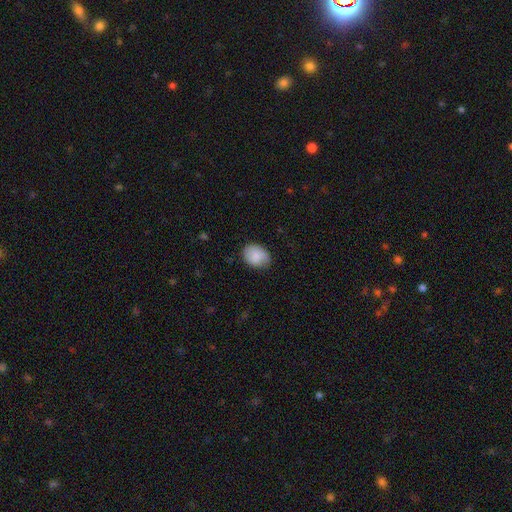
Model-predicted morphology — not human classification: smooth 82%, featured or disk 11%, star or artifact 7%. Down the decision tree: how rounded — in between (61%); merging — none (71%).